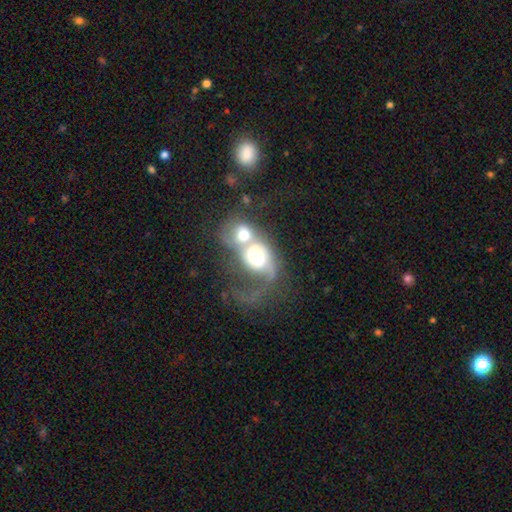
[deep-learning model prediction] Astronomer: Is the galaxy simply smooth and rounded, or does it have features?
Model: featured or disk — 52% (runner-up: smooth, 40%).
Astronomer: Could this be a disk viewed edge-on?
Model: no — 96%.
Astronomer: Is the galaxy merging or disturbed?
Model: merger — 74%.